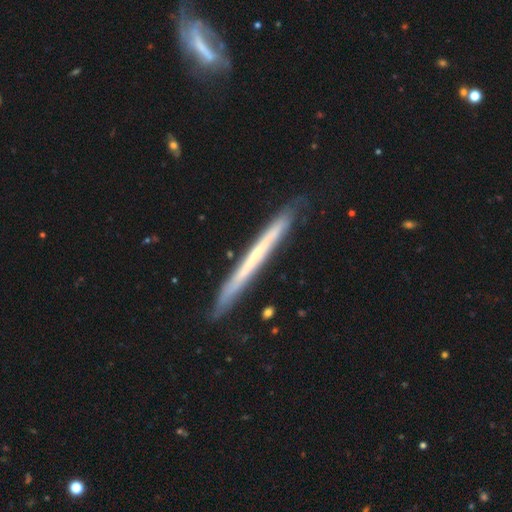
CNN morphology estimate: Overall: featured or disk (62%; smooth 32%). Edge-on disk: yes (95%). Edge-on bulge: none (82%). Merging: none (86%).